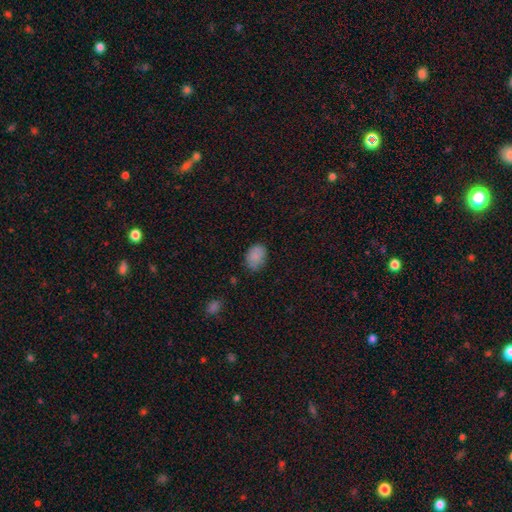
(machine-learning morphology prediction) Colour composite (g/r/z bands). It shows a smooth galaxy with no disk features (85%) that is in between round and cigar-shaped (73%). Merging: none (74%).